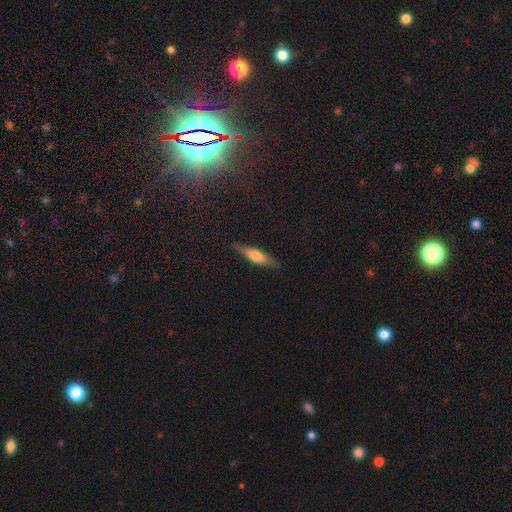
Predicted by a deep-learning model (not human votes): Smooth or featured: smooth — 61% (featured or disk — 32%)
How rounded: cigar-shaped — 73% (in between — 25%)
Merging: none — 86% (minor disturbance — 11%)